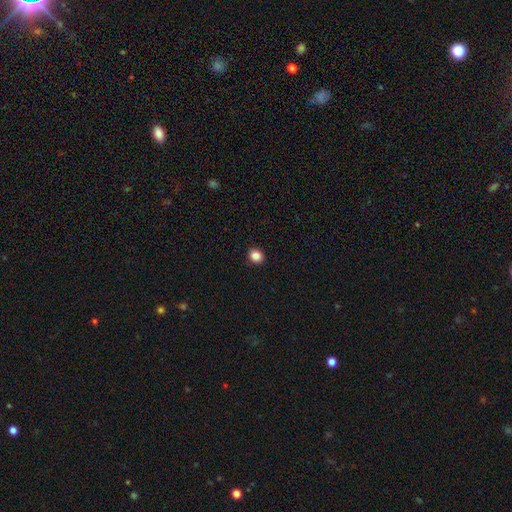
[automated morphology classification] Q: Smooth or featured?
A: smooth (86%); runner-up: star or artifact (10%)
Q: How rounded?
A: round (70%); runner-up: in between (29%)
Q: Merging?
A: none (92%); runner-up: minor disturbance (5%)